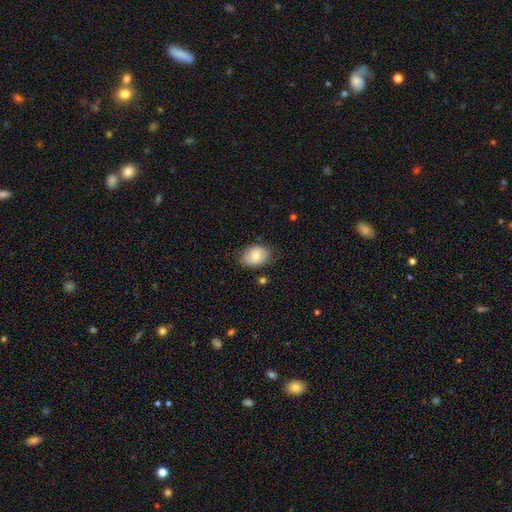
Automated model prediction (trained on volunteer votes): A smooth galaxy with no disk features (74%) that is in between round and cigar-shaped (76%). Merging: none (78%).